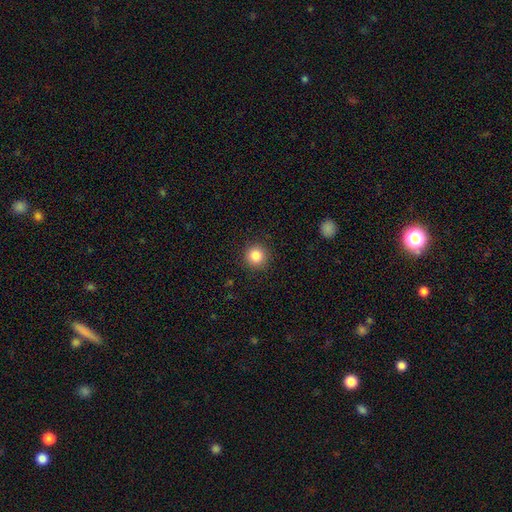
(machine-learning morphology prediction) A smooth galaxy with no disk features (84%) that is round (95%). Merging: none (91%).